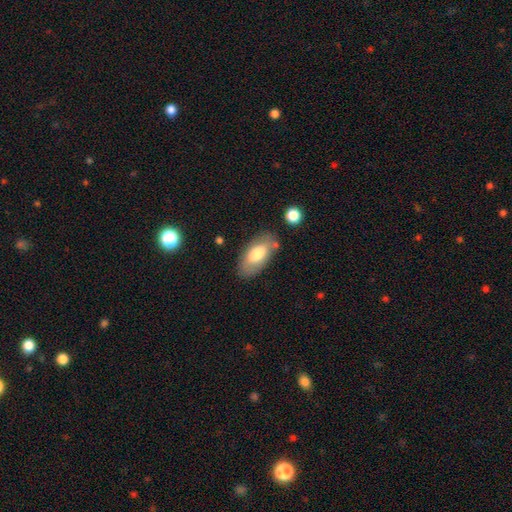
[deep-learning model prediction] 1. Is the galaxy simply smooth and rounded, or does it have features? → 70% smooth, 24% featured or disk, 7% star or artifact.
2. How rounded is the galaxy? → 92% in between, 5% cigar-shaped, 3% round.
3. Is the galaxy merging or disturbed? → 77% none, 15% minor disturbance, 4% merger, 4% major disturbance.